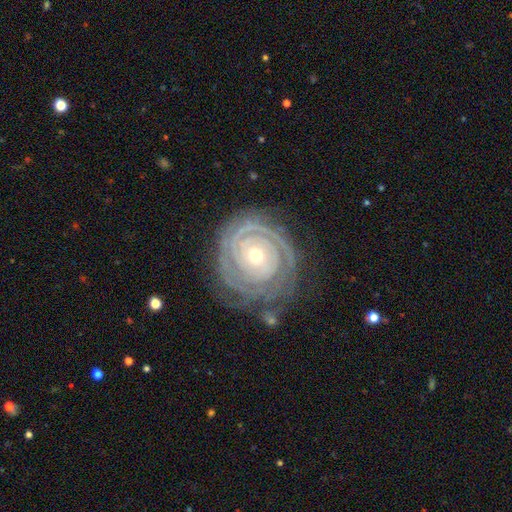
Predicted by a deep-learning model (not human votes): This appears to be a featured or disk galaxy (88%) with no bar (76%), 2 (32%) tight (89%) spiral arms (97%) and a small central bulge (52%). Merging: none (75%).